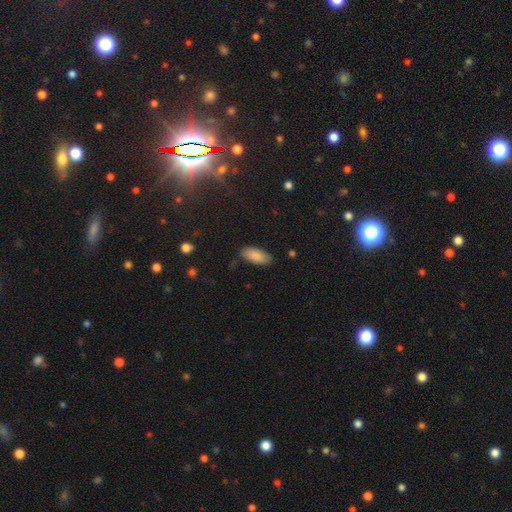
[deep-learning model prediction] This appears to be a smooth galaxy with no disk features (87%) that is in between round and cigar-shaped (86%). Merging: none (84%).